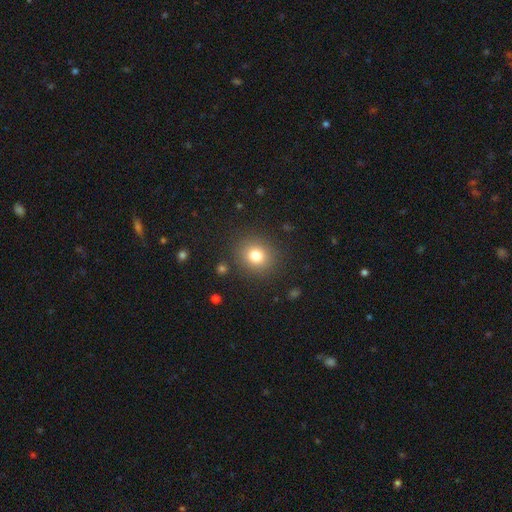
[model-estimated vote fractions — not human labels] This appears to be a smooth galaxy with no disk features (79%) that is round (83%). Merging: none (88%).